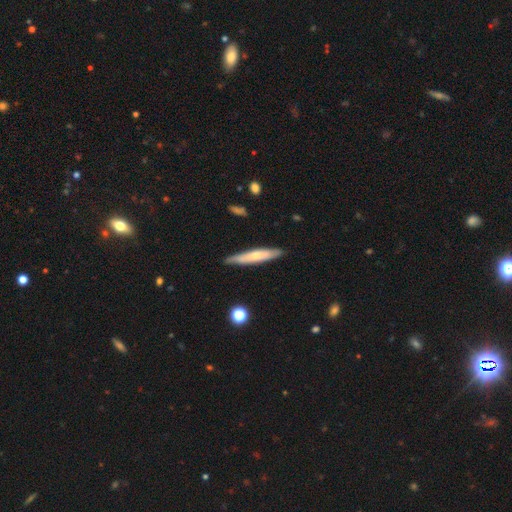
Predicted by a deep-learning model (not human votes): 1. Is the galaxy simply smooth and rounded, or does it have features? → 54% smooth, 41% featured or disk, 6% star or artifact.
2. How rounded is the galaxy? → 92% cigar-shaped, 7% in between, 1% round.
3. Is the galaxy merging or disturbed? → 84% none, 12% minor disturbance, 2% major disturbance, 2% merger.